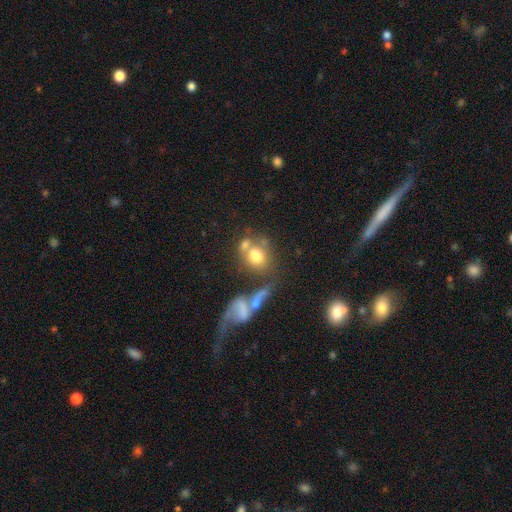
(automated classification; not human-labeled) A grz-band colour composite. It shows a smooth galaxy with no disk features (68%) that is round (53%). Merging: merger (40%).